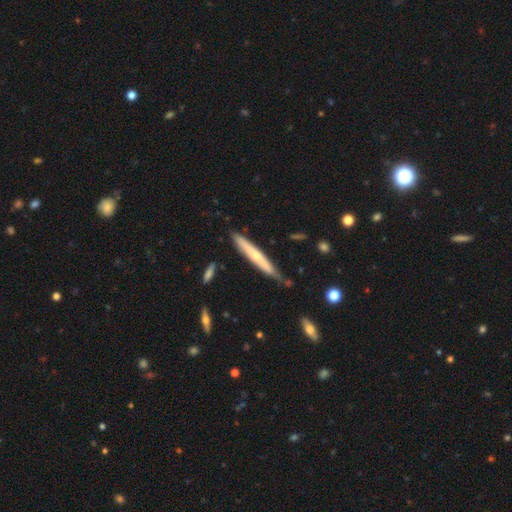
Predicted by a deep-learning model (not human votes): Q: Smooth or featured?
A: smooth (49%); runner-up: featured or disk (45%)
Q: Merging?
A: none (76%); runner-up: minor disturbance (18%)